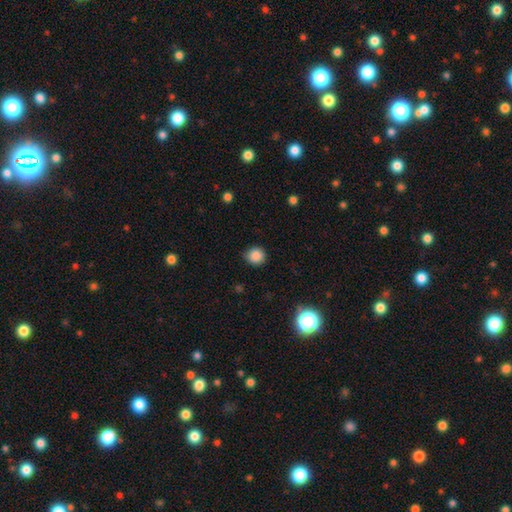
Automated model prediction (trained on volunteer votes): The model was most divided on "merging": none: 85%, minor disturbance: 11%, major disturbance: 2%, merger: 1%. More confident: how rounded — round (91%); smooth or featured — smooth (86%).